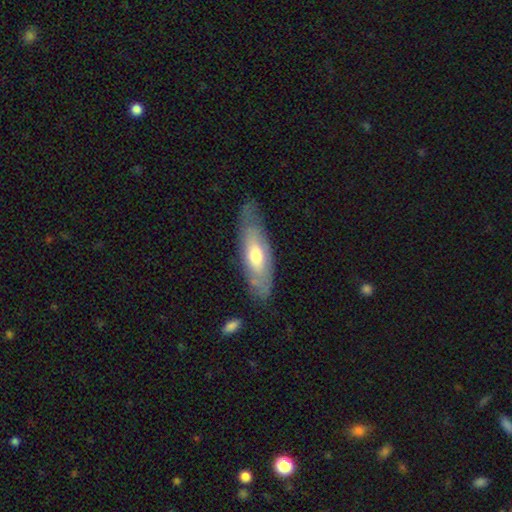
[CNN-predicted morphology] A smooth galaxy with no disk features (50%) that is in between round and cigar-shaped (59%). Merging: none (65%).